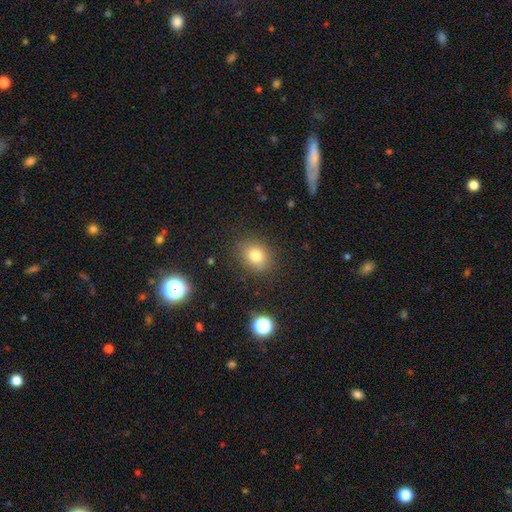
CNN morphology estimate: Smooth or featured? smooth (79%)
How rounded? round (52%)
Merging? none (84%)